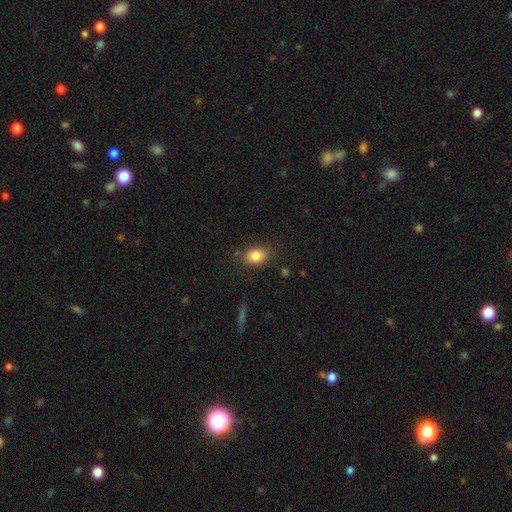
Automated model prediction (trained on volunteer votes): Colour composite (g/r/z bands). It shows a smooth galaxy with no disk features (84%) that is in between round and cigar-shaped (69%). Merging: none (79%).